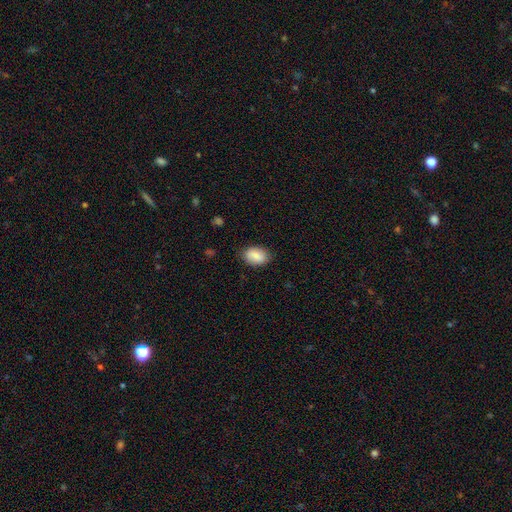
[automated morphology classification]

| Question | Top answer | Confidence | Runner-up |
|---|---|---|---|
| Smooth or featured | smooth | 83% | featured or disk (10%) |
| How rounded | in between | 85% | round (14%) |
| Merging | none | 82% | minor disturbance (14%) |